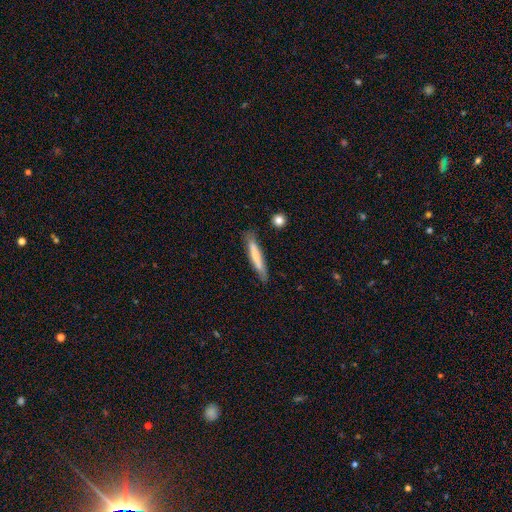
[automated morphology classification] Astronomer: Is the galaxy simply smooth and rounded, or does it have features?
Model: smooth — 66%.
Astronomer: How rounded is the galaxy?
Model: cigar-shaped — 92%.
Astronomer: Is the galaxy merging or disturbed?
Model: none — 78%.